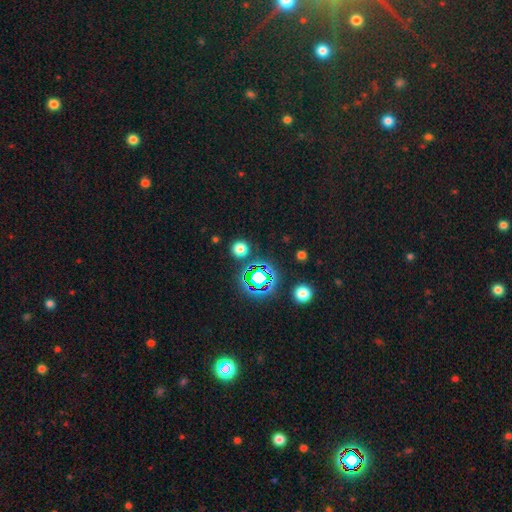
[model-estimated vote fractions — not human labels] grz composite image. It shows a star or artifact, not a galaxy (72%).